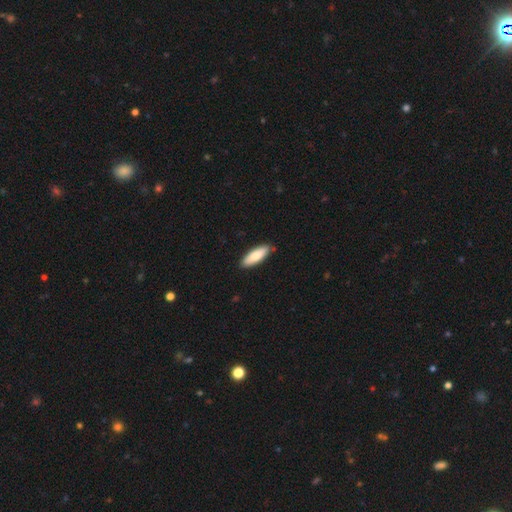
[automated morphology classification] Smooth or featured?
  - smooth: 80% *
  - featured or disk: 15%
  - star or artifact: 5%
How rounded?
  - in between: 58% *
  - cigar-shaped: 41%
  - round: 2%
Merging?
  - none: 86% *
  - minor disturbance: 11%
  - major disturbance: 2%
  - merger: 1%